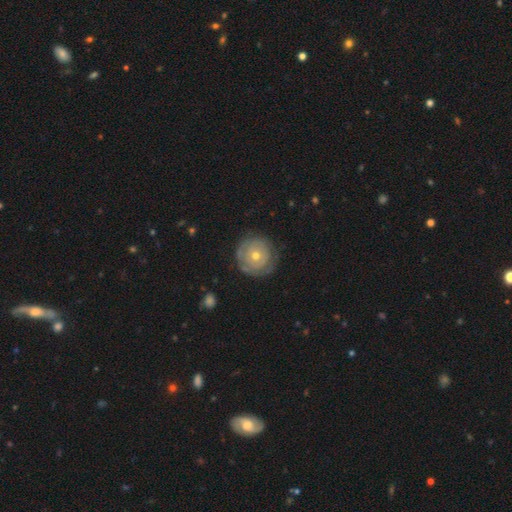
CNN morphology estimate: Smooth or featured?
  - featured or disk: 61% *
  - smooth: 33%
  - star or artifact: 7%
Edge-on disk?
  - no: 97% *
  - yes: 3%
Bar?
  - no: 89% *
  - weak: 9%
  - strong: 2%
Spiral arms?
  - yes: 61% *
  - no: 39%
Bulge size?
  - moderate: 50% *
  - small: 47%
  - large: 2%
  - none: 1%
  - dominant: 1%
Merging?
  - none: 77% *
  - minor disturbance: 16%
  - major disturbance: 6%
  - merger: 1%